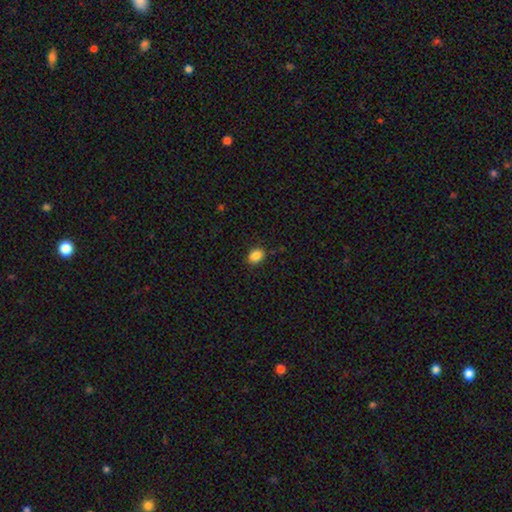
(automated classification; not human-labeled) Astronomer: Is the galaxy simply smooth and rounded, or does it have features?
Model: smooth — 87%.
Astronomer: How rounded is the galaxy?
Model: in between — 67%.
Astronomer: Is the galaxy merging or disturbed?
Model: none — 86%.